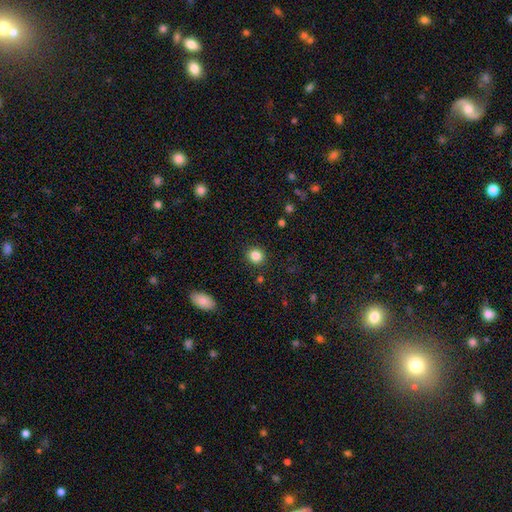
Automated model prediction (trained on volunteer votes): A smooth galaxy with no disk features (85%) that is round (83%). Merging: none (90%).